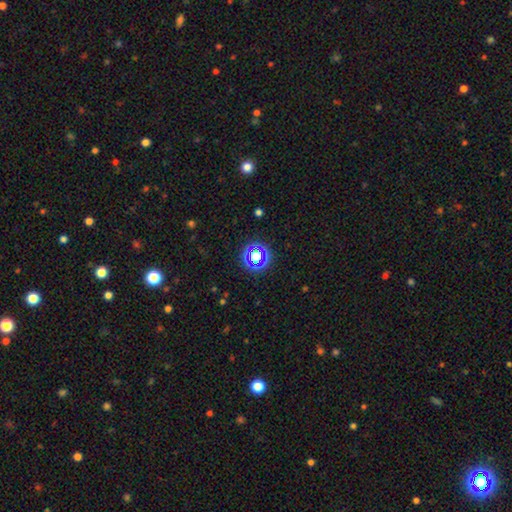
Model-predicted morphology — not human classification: Smooth or featured? star or artifact (61%)